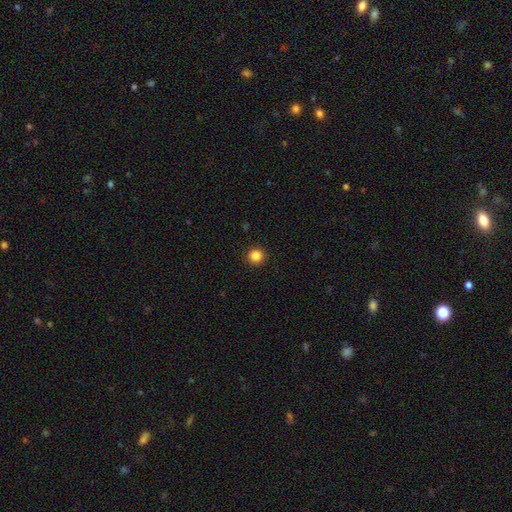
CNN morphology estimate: smooth-or-featured: smooth: 85% | star or artifact: 11% | featured or disk: 4%
  how-rounded: round: 96% | in between: 3% | cigar-shaped: 1%
  merging: none: 93% | minor disturbance: 5% | major disturbance: 2% | merger: 1%